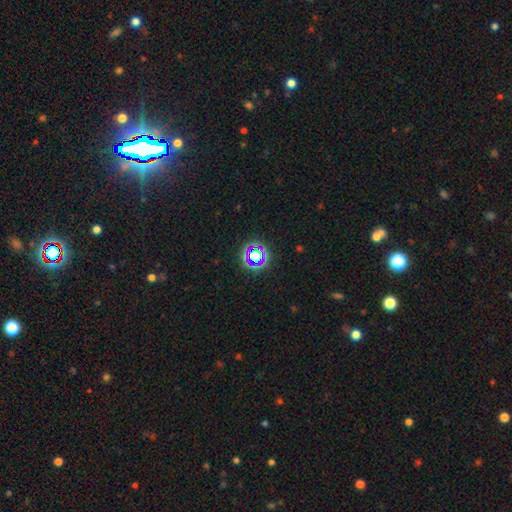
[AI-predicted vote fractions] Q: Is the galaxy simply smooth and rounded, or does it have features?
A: star or artifact — 62%.